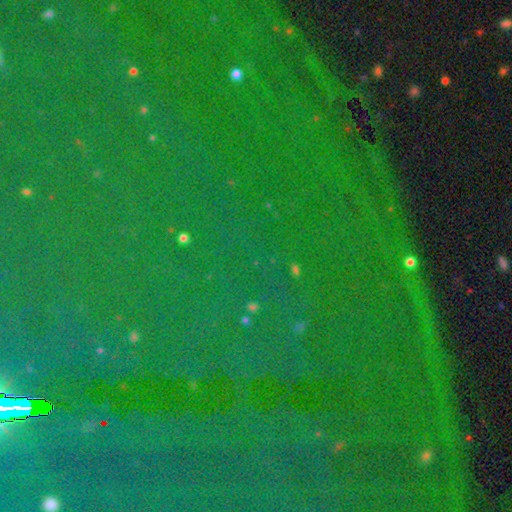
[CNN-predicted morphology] A star or artifact, not a galaxy (84%).